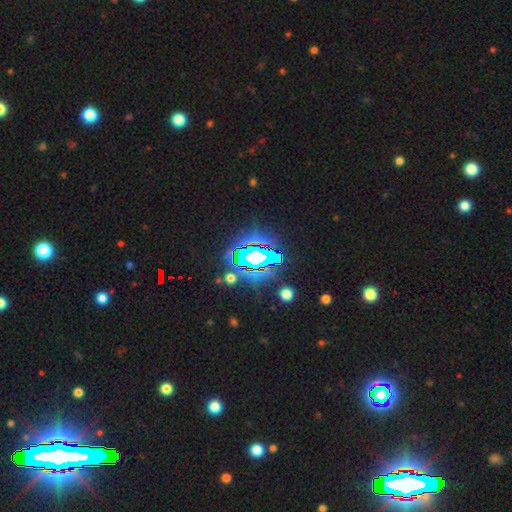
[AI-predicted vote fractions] Smooth or featured?
  - star or artifact: 72% *
  - featured or disk: 15%
  - smooth: 14%